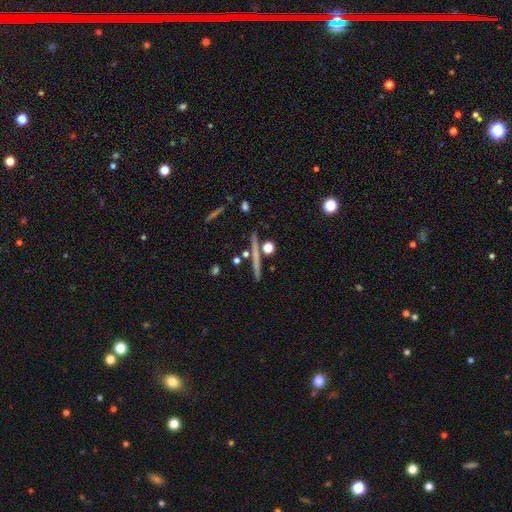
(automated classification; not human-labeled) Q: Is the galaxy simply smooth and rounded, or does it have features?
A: featured or disk — 55%.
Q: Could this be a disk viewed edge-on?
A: yes — 96%.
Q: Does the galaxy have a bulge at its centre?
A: none — 71%.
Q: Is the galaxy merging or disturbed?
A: none — 87%.